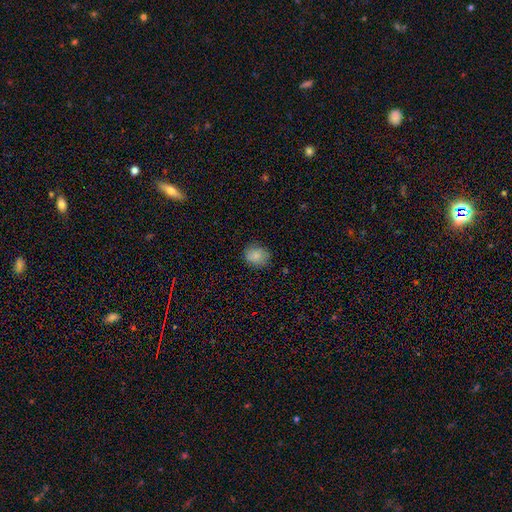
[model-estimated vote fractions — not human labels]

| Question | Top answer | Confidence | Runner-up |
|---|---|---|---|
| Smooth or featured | smooth | 85% | star or artifact (9%) |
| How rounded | round | 65% | in between (34%) |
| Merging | none | 80% | minor disturbance (15%) |